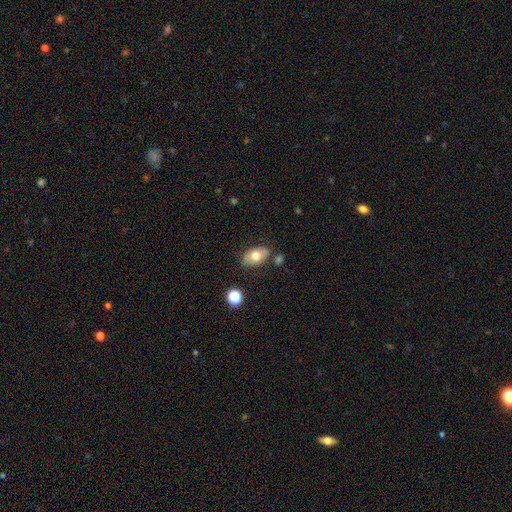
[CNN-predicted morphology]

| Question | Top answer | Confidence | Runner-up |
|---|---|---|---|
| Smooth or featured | smooth | 69% | featured or disk (23%) |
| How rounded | in between | 89% | round (9%) |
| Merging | none | 73% | minor disturbance (16%) |